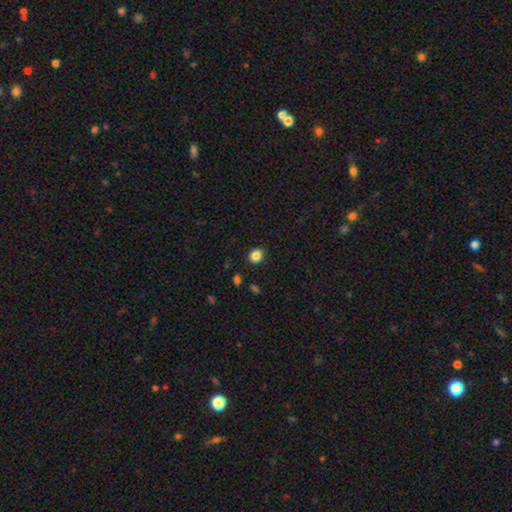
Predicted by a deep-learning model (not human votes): Smooth or featured? smooth (86%)
How rounded? round (66%)
Merging? none (89%)